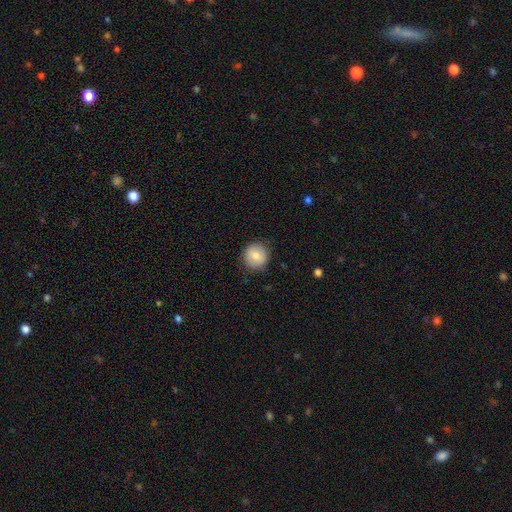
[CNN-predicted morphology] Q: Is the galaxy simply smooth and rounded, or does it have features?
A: smooth — 82%.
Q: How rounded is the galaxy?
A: round — 92%.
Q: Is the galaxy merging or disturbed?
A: none — 86%.